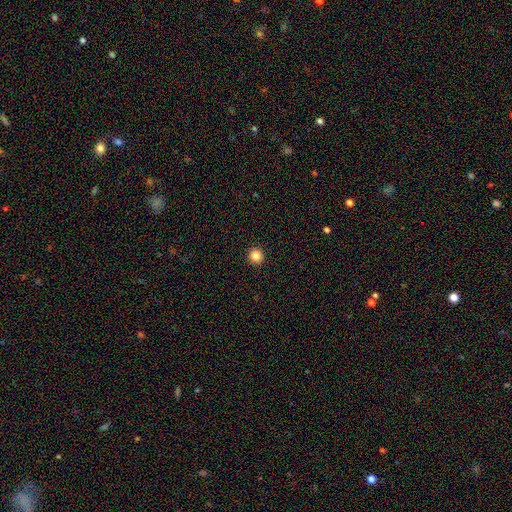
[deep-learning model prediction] smooth 84%, star or artifact 11%, featured or disk 4%. Down the decision tree: how rounded — round (94%); merging — none (94%).